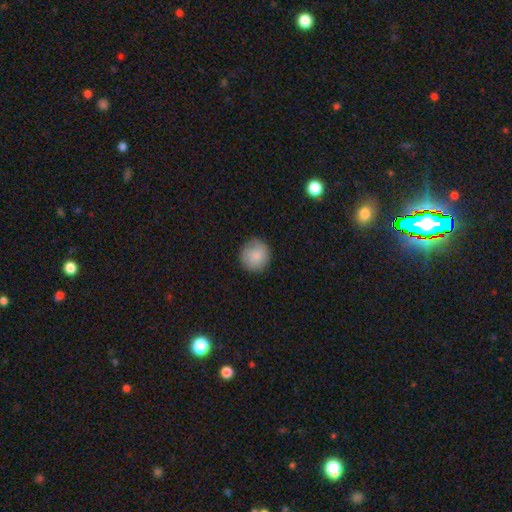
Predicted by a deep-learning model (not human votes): A smooth galaxy with no disk features (87%) that is round (93%).

Vote fractions:
- Smooth or featured? smooth: 87% / star or artifact: 7% / featured or disk: 6%
- How rounded? round: 93% / in between: 6% / cigar-shaped: 1%
- Merging? none: 87% / minor disturbance: 9% / major disturbance: 2% / merger: 1%